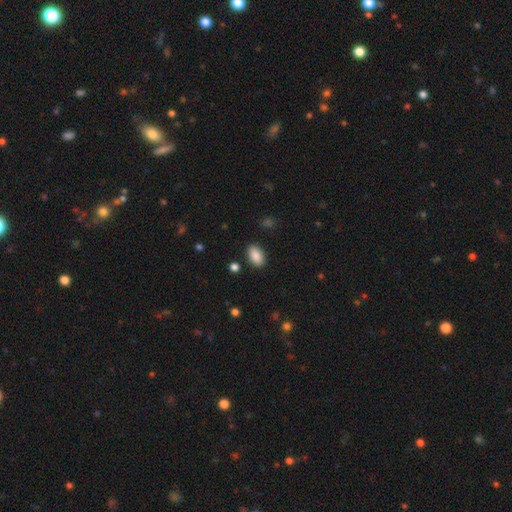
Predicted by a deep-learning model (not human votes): Smooth or featured: smooth — 89% (star or artifact — 7%)
How rounded: in between — 93% (round — 5%)
Merging: none — 88% (minor disturbance — 8%)